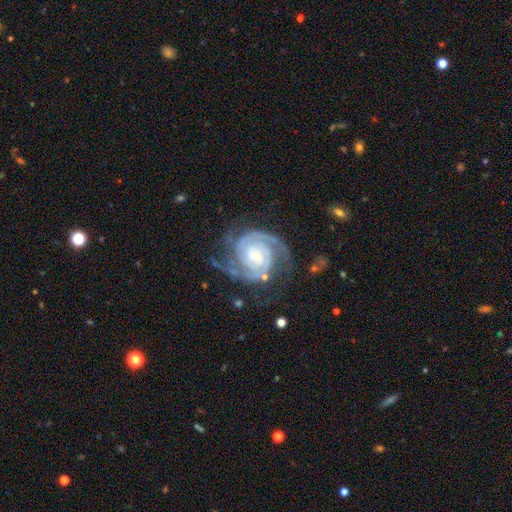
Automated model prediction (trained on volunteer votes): Overall: featured or disk (92%). Edge-on disk: no (98%). Bar: no (61%; weak 30%). Spiral arms: yes (99%). Spiral arm count: 2 (65%). Spiral winding: tight (67%; medium 29%). Bulge size: small (62%; moderate 30%). Merging: none (70%).